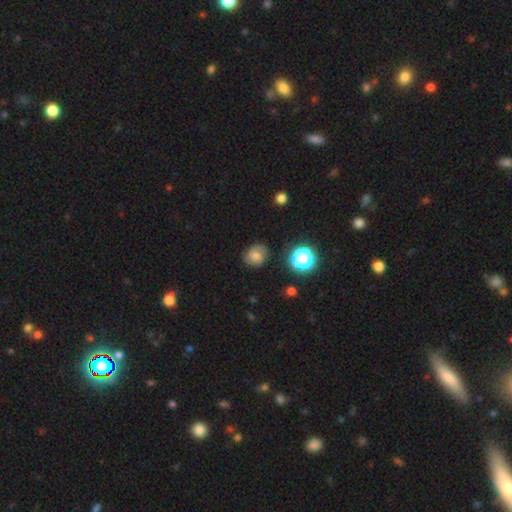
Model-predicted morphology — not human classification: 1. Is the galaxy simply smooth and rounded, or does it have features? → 48% smooth, 39% featured or disk, 14% star or artifact.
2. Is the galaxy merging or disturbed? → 74% none, 18% minor disturbance, 6% major disturbance, 2% merger.